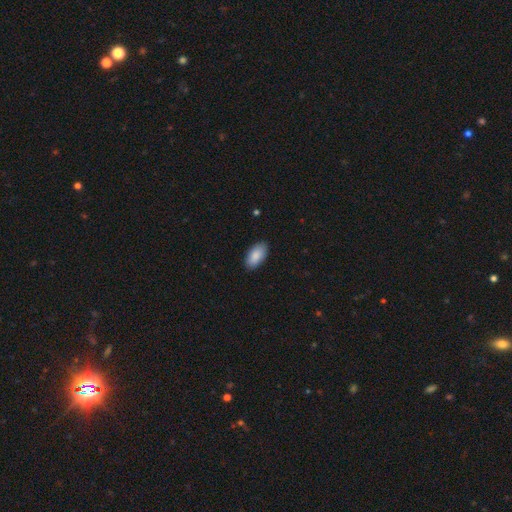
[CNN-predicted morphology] Smooth or featured?
  - smooth: 88% *
  - star or artifact: 6%
  - featured or disk: 6%
How rounded?
  - in between: 95% *
  - cigar-shaped: 3%
  - round: 2%
Merging?
  - none: 88% *
  - minor disturbance: 9%
  - major disturbance: 2%
  - merger: 1%